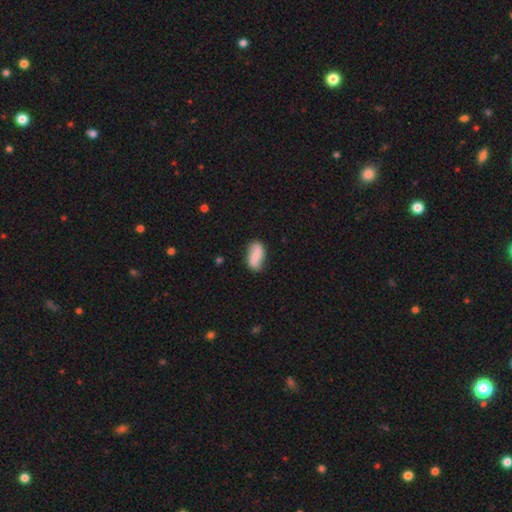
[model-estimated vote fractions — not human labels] This appears to be a smooth galaxy with no disk features (72%) that is in between round and cigar-shaped (88%). Merging: none (77%).